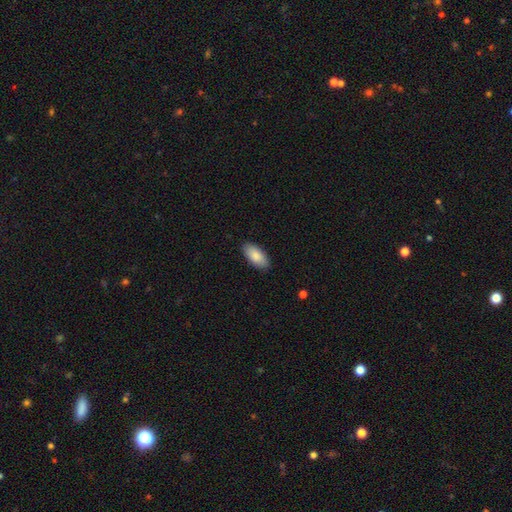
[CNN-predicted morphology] Smooth or featured? smooth (87%)
How rounded? in between (92%)
Merging? none (88%)